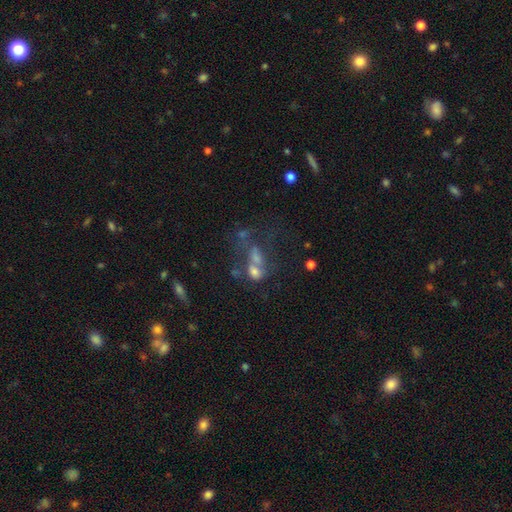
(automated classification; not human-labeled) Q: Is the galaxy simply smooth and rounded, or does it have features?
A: smooth — 43%.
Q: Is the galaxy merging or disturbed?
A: merger — 47%.